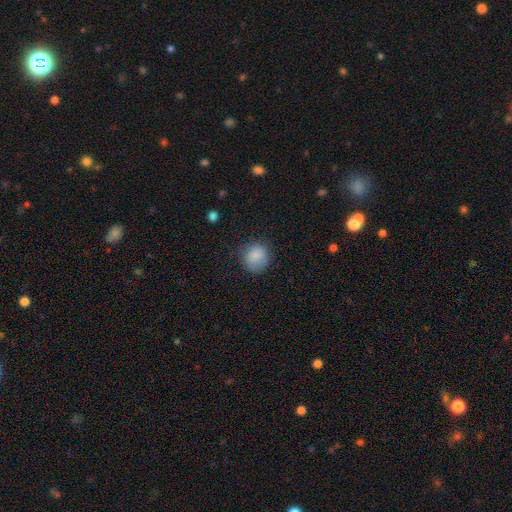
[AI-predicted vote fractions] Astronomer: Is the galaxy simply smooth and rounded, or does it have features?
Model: smooth — 86%.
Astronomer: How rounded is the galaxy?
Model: round — 82%.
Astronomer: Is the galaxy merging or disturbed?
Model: none — 74%.